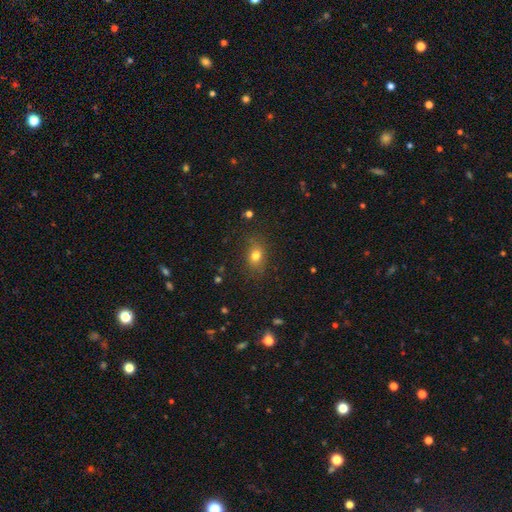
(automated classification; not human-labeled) Overall: smooth (76%). How rounded: in between (59%; round 39%). Merging: none (81%).